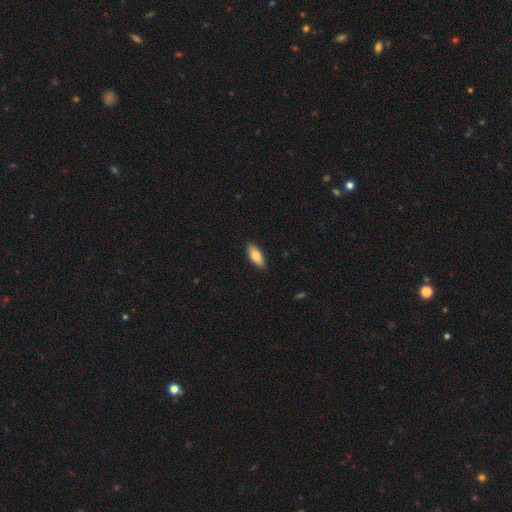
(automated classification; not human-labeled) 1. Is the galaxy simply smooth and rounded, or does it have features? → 78% smooth, 17% featured or disk, 6% star or artifact.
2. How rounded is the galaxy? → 76% in between, 22% cigar-shaped, 2% round.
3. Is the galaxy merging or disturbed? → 89% none, 8% minor disturbance, 2% major disturbance, 1% merger.